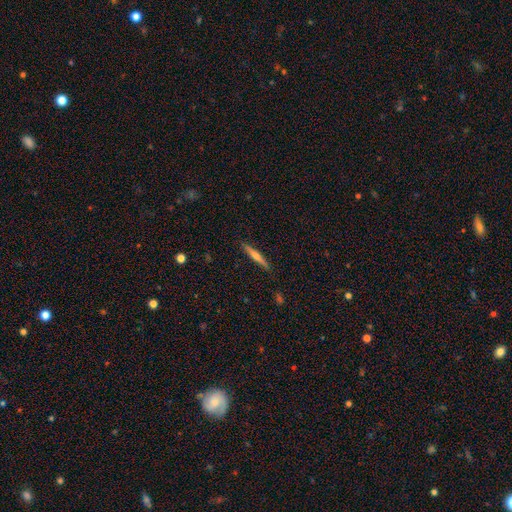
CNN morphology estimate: type=featured or disk (49%); merging=none (89%).